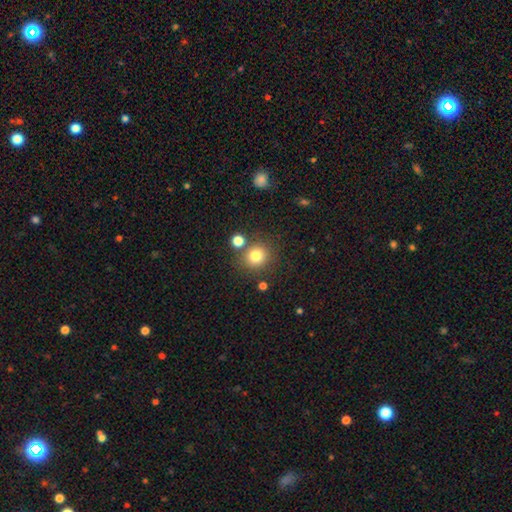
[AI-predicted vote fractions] Smooth or featured? smooth (80%)
How rounded? round (88%)
Merging? none (79%)